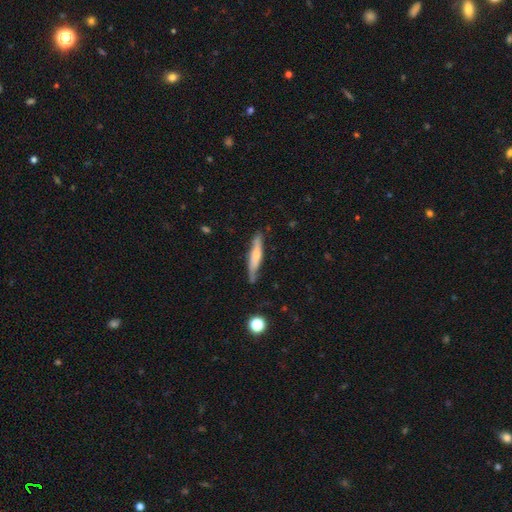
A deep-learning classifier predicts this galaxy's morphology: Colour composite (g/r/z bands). It shows a smooth galaxy with no disk features (50%) that is cigar-shaped (90%). Merging: none (76%).